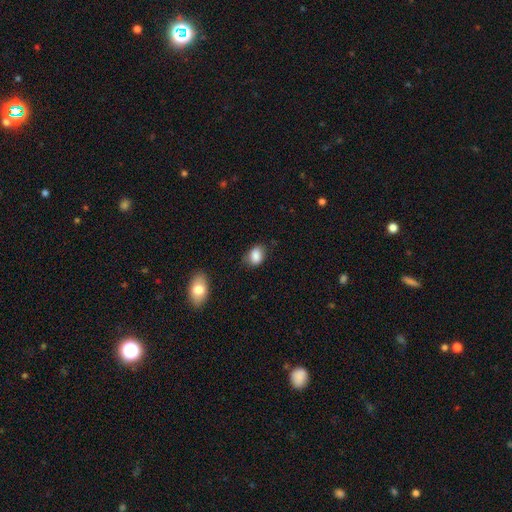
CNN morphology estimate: The model was most divided on "how rounded": in between: 71%, round: 28%, cigar-shaped: 1%. More confident: smooth or featured — smooth (87%); merging — none (69%).